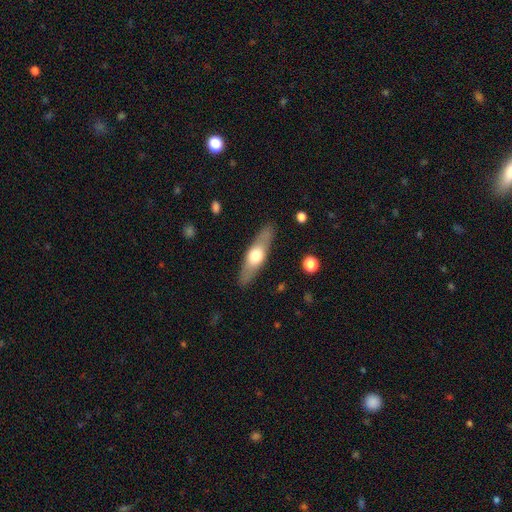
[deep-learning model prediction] featured or disk 48%, smooth 47%, star or artifact 6%. Down the decision tree: merging — none (87%).